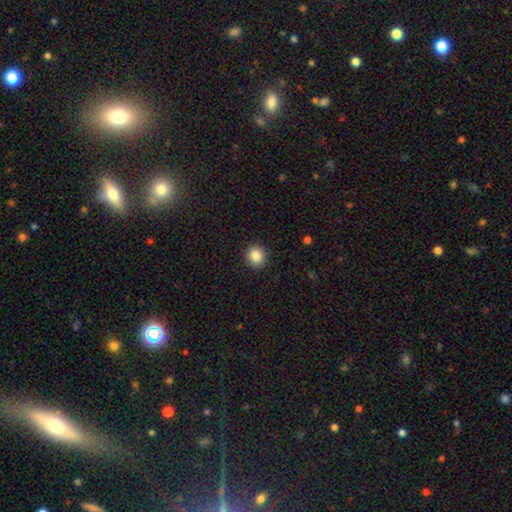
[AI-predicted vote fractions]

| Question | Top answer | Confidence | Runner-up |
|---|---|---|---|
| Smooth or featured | smooth | 86% | star or artifact (10%) |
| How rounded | round | 87% | in between (12%) |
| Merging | none | 91% | minor disturbance (6%) |